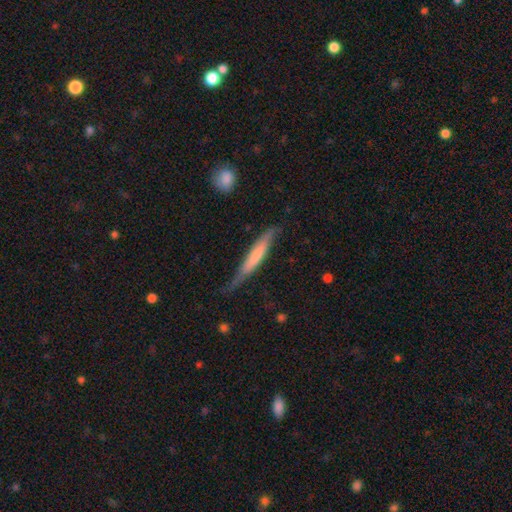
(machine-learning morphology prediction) Smooth or featured? smooth (55%)
How rounded? cigar-shaped (93%)
Merging? none (52%)